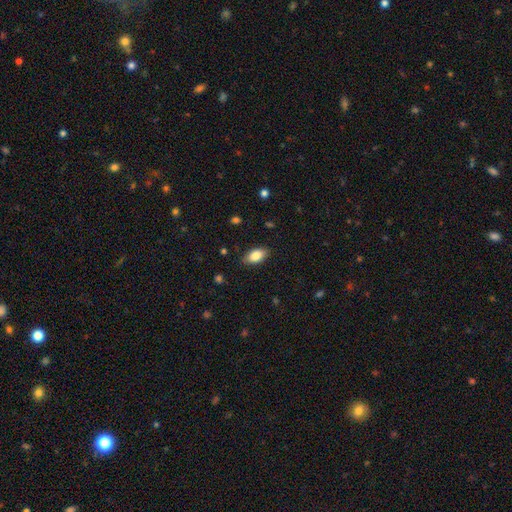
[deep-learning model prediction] smooth_or_featured: smooth (p=0.83) [alt: featured or disk p=0.10]
how_rounded: in between (p=0.92) [alt: cigar-shaped p=0.04]
merging: none (p=0.86) [alt: minor disturbance p=0.10]